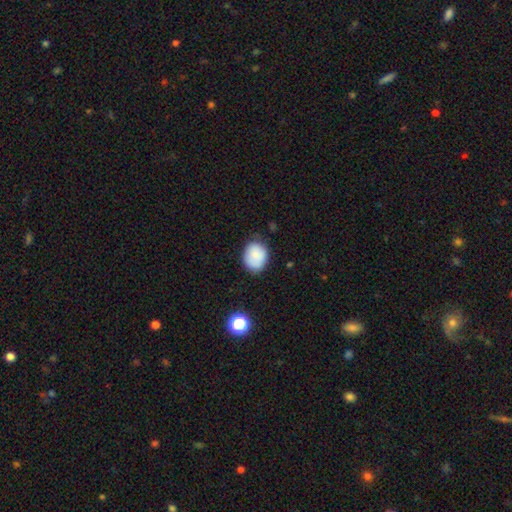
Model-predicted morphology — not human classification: Overall: smooth (83%). How rounded: round (52%; in between 47%). Merging: none (71%).